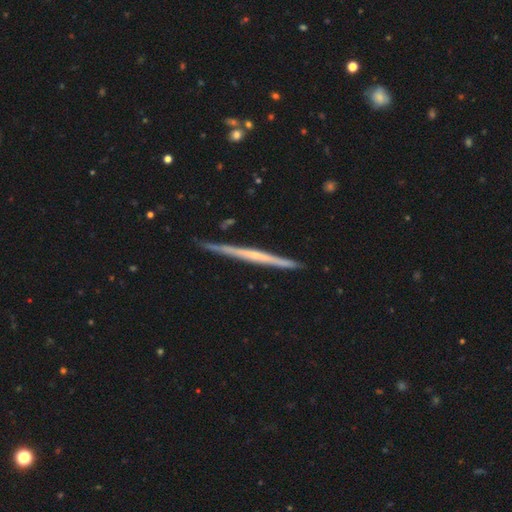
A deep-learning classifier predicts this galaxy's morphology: smooth-or-featured: featured or disk: 68% | smooth: 26% | star or artifact: 5%
  disk-edge-on: yes: 98% | no: 2%
    edge-on-bulge: none: 73% | rounded: 21% | boxy: 6%
  merging: none: 86% | minor disturbance: 10% | merger: 2% | major disturbance: 2%